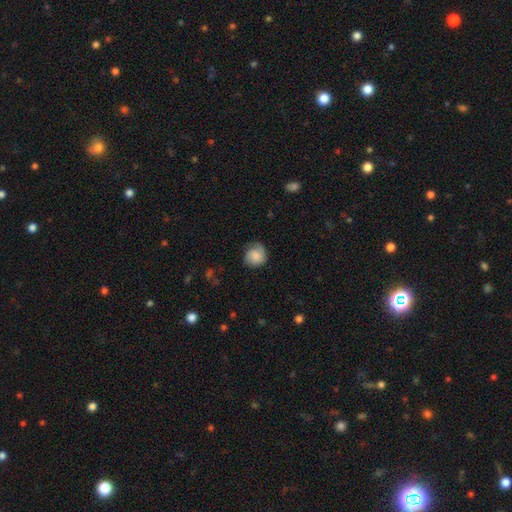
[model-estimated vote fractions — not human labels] smooth-or-featured: smooth: 67% | featured or disk: 26% | star or artifact: 8%
  how-rounded: round: 81% | in between: 18% | cigar-shaped: 1%
  merging: none: 64% | minor disturbance: 25% | major disturbance: 10% | merger: 1%